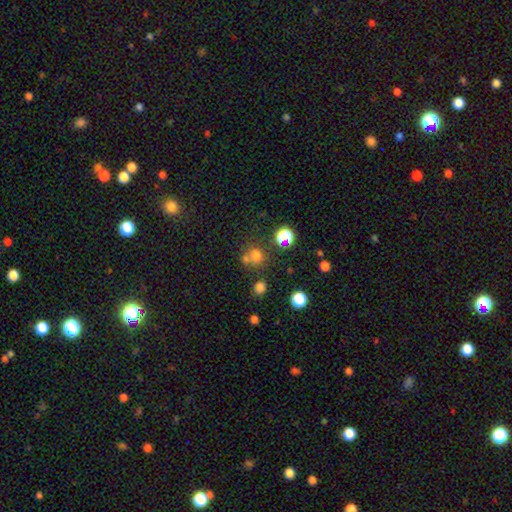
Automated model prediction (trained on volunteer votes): Smooth or featured?
  - smooth: 67% *
  - star or artifact: 24%
  - featured or disk: 9%
How rounded?
  - round: 82% *
  - in between: 17%
  - cigar-shaped: 1%
Merging?
  - none: 59% *
  - merger: 27%
  - minor disturbance: 10%
  - major disturbance: 5%